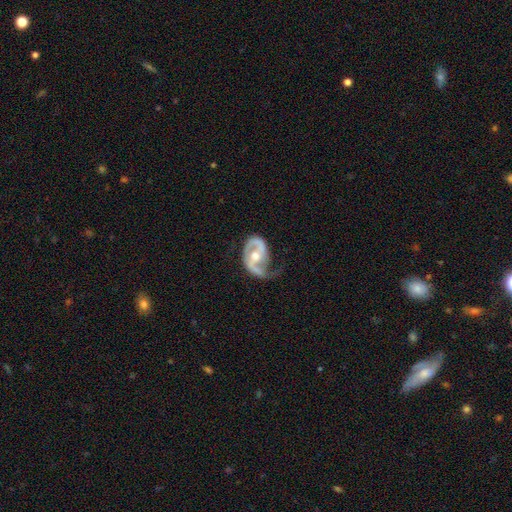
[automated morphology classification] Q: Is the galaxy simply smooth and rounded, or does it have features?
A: featured or disk — 86%.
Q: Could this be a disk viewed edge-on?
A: no — 97%.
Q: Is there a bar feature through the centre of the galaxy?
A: no — 44%.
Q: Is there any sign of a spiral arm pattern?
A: yes — 92%.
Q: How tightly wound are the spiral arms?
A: medium — 46%.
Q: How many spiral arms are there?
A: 2 — 72%.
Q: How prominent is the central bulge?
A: moderate — 73%.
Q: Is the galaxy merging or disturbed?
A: none — 39%.